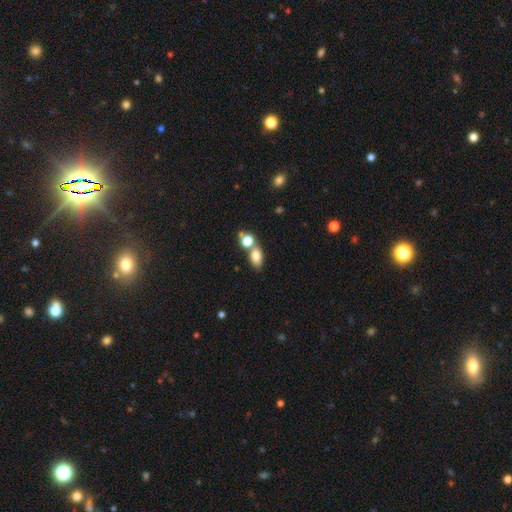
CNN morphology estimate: Smooth or featured?
  - smooth: 78% *
  - star or artifact: 11%
  - featured or disk: 11%
How rounded?
  - in between: 81% *
  - round: 15%
  - cigar-shaped: 5%
Merging?
  - none: 50% *
  - merger: 34%
  - minor disturbance: 11%
  - major disturbance: 5%